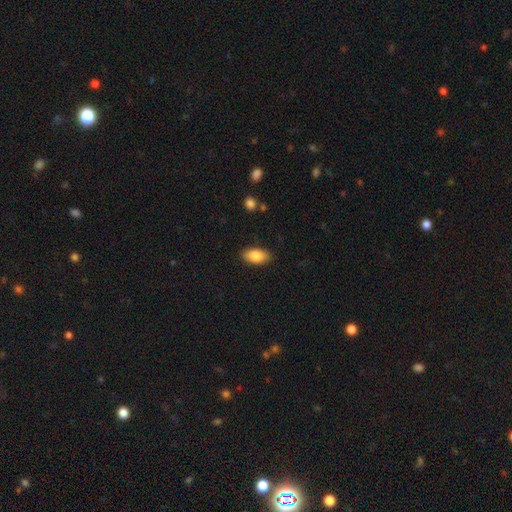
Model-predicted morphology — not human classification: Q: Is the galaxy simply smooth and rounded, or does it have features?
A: smooth — 85%.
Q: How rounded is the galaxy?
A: in between — 93%.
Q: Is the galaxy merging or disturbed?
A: none — 87%.